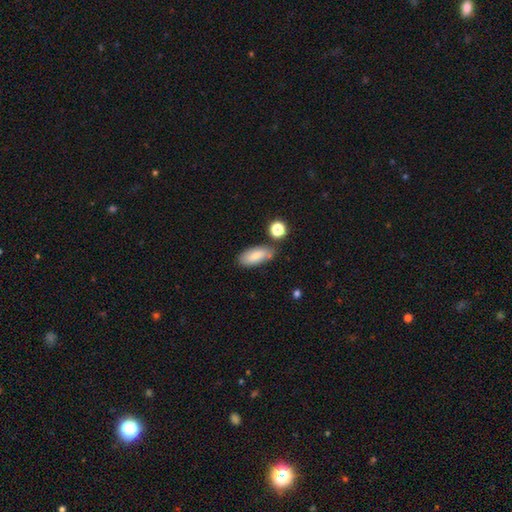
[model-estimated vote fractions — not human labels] Smooth or featured? smooth (82%)
How rounded? in between (85%)
Merging? none (68%)